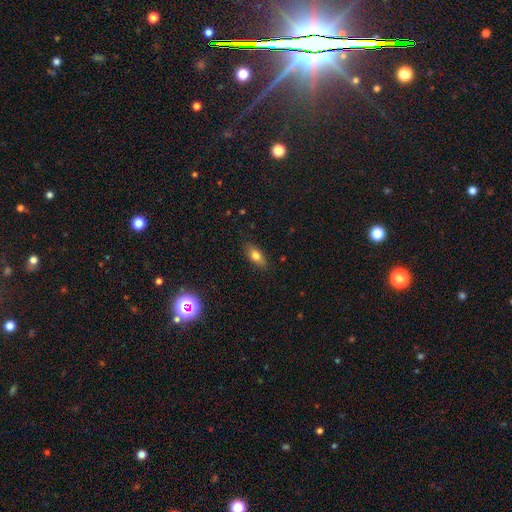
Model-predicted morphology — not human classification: This appears to be a smooth galaxy with no disk features (75%) that is in between round and cigar-shaped (81%). Merging: none (84%).